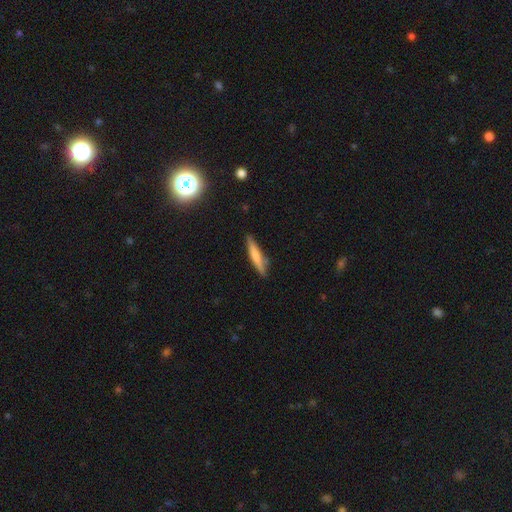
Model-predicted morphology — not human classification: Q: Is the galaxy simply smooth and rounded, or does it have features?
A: smooth — 67%.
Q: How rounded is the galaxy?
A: cigar-shaped — 90%.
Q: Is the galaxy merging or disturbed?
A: none — 82%.